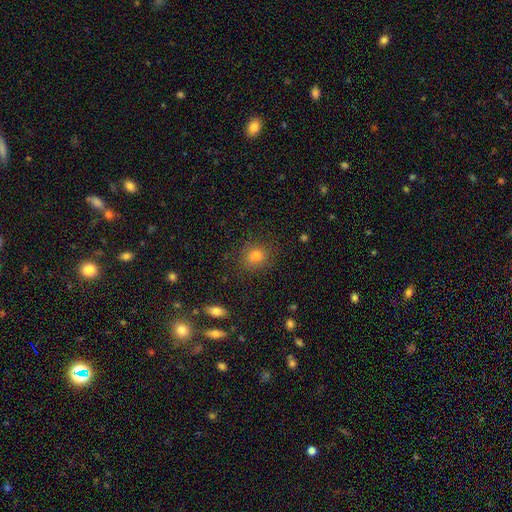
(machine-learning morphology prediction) smooth 80%, star or artifact 13%, featured or disk 8%. Down the decision tree: how rounded — round (75%); merging — none (84%).